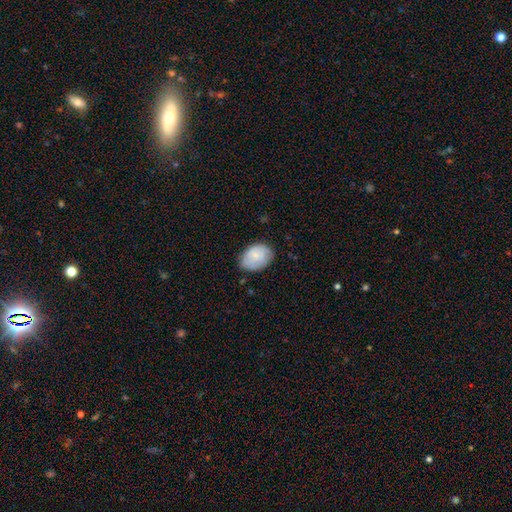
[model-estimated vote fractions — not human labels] Smooth or featured: smooth — 77% (featured or disk — 17%)
How rounded: in between — 78% (round — 21%)
Merging: none — 71% (minor disturbance — 24%)